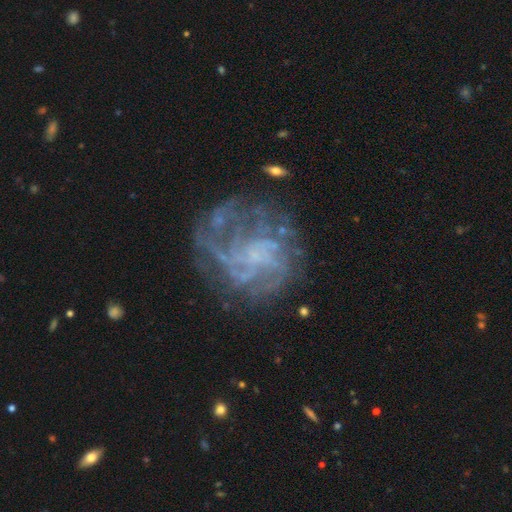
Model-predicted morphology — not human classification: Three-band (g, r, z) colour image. It shows a featured or disk galaxy (78%) with no bar (73%), tight (43%) spiral arms (80%) and no central bulge (58%). Merging: none (61%).